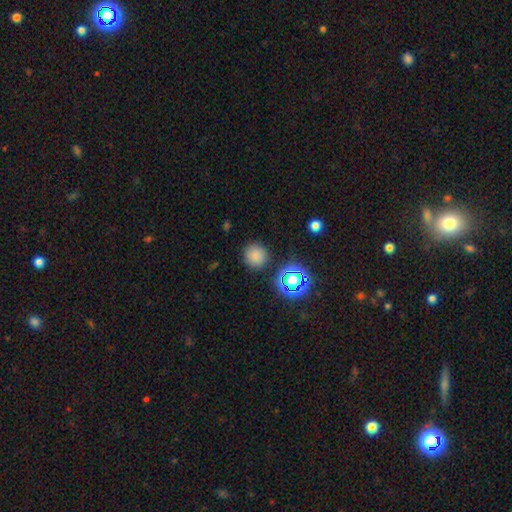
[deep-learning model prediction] This is likely a smooth galaxy (76%). How rounded: clearly round (94%). Merging: clearly none (87%).